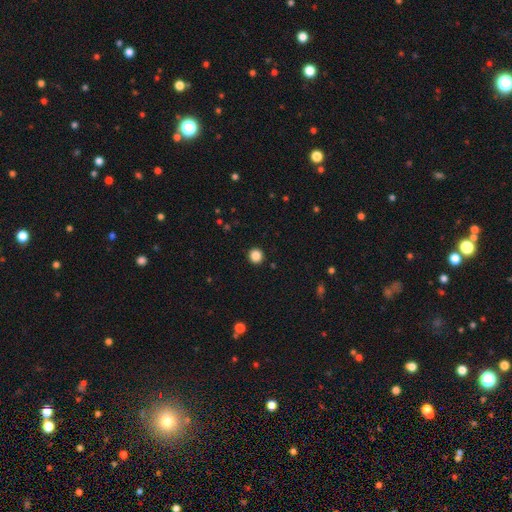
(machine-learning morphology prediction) A smooth galaxy with no disk features (86%) that is round (94%). Merging: none (93%).